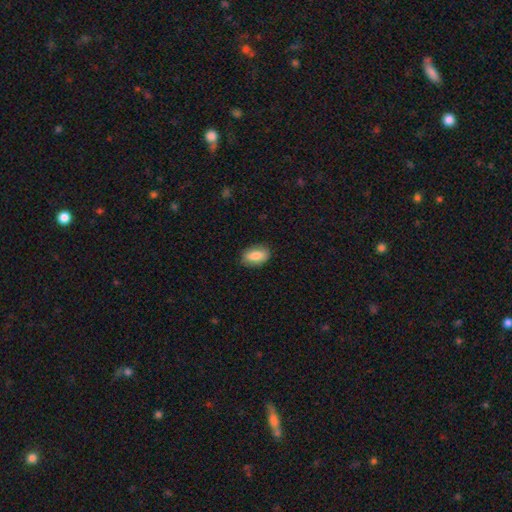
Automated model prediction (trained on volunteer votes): A smooth galaxy with no disk features (83%) that is in between round and cigar-shaped (90%).

Vote fractions:
- Smooth or featured? smooth: 83% / featured or disk: 10% / star or artifact: 7%
- How rounded? in between: 90% / round: 7% / cigar-shaped: 3%
- Merging? none: 83% / minor disturbance: 13% / major disturbance: 3% / merger: 1%